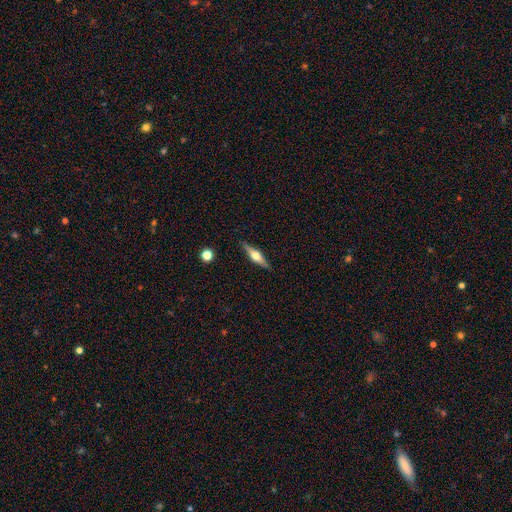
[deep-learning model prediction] This is likely a featured or disk galaxy (67%). It is clearly viewed edge-on (96%). Edge-on bulge: clearly rounded (93%). Merging: clearly none (89%).